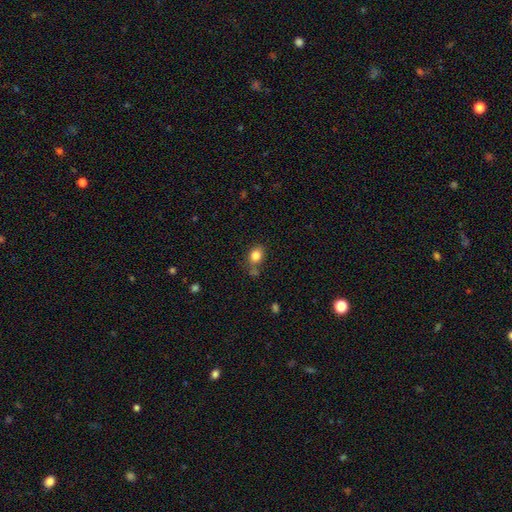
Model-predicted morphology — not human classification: A smooth galaxy with no disk features (83%) that is in between round and cigar-shaped (58%).

Vote fractions:
- Smooth or featured? smooth: 83% / star or artifact: 10% / featured or disk: 7%
- How rounded? in between: 58% / round: 41% / cigar-shaped: 1%
- Merging? none: 67% / minor disturbance: 18% / merger: 10% / major disturbance: 5%